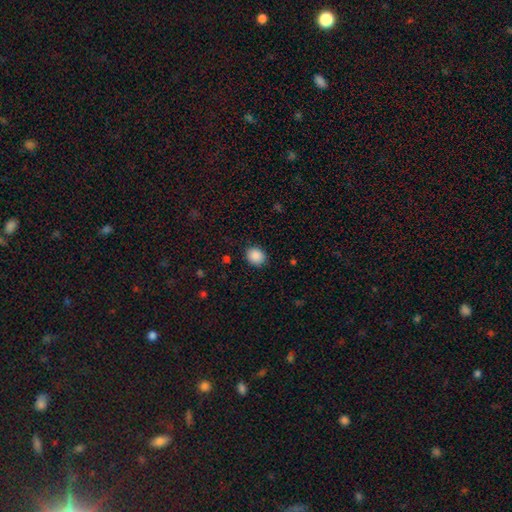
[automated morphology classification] Smooth or featured?
  - smooth: 88% *
  - star or artifact: 8%
  - featured or disk: 3%
How rounded?
  - round: 63% *
  - in between: 36%
  - cigar-shaped: 1%
Merging?
  - none: 86% *
  - minor disturbance: 10%
  - major disturbance: 3%
  - merger: 1%